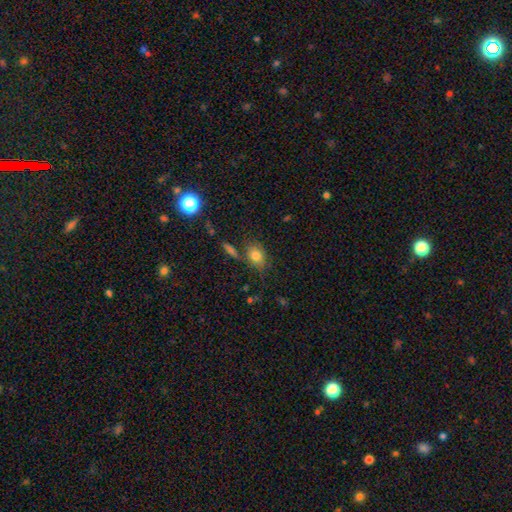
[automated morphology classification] smooth 79%, star or artifact 10%, featured or disk 10%. Down the decision tree: how rounded — in between (66%); merging — none (67%).